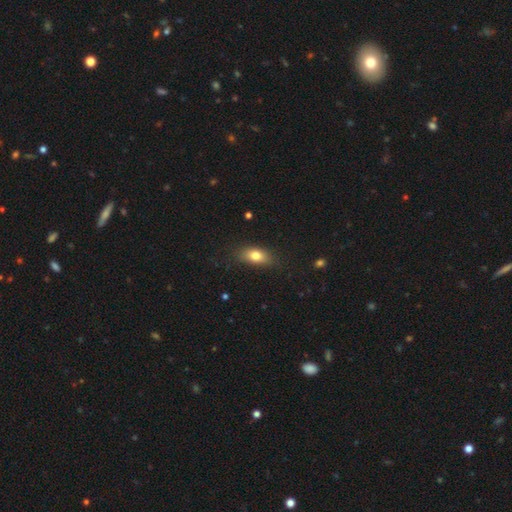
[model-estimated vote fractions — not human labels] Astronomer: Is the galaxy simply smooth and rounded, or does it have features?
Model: smooth — 77%.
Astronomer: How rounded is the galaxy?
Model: in between — 80%.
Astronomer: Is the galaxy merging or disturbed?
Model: none — 80%.